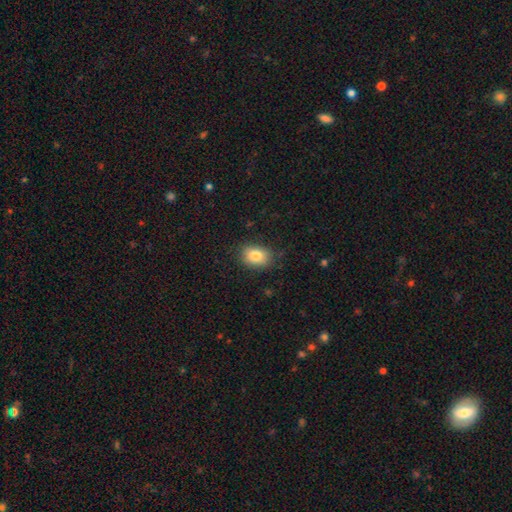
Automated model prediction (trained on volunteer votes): smooth-or-featured: smooth: 82% | star or artifact: 9% | featured or disk: 8%
  how-rounded: in between: 68% | round: 31% | cigar-shaped: 1%
  merging: none: 82% | minor disturbance: 13% | major disturbance: 3% | merger: 1%